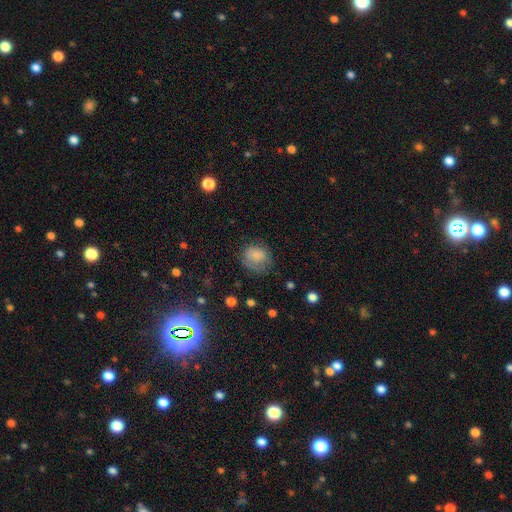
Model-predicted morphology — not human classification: smooth-or-featured: smooth: 75% | featured or disk: 14% | star or artifact: 11%
  how-rounded: round: 71% | in between: 28% | cigar-shaped: 1%
  merging: none: 57% | minor disturbance: 26% | major disturbance: 15% | merger: 2%